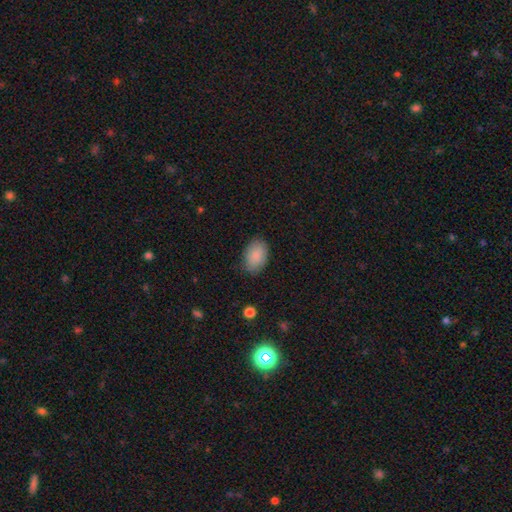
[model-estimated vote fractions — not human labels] Overall: smooth (87%). How rounded: in between (88%). Merging: none (81%).